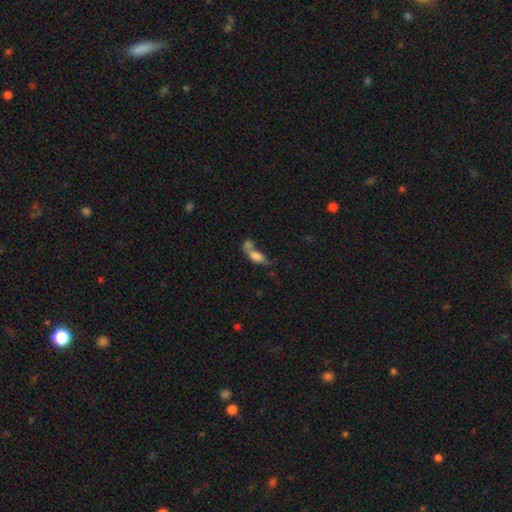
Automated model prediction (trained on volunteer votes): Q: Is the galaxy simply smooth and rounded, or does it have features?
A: smooth — 71%.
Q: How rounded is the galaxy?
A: in between — 75%.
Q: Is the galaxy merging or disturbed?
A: merger — 55%.